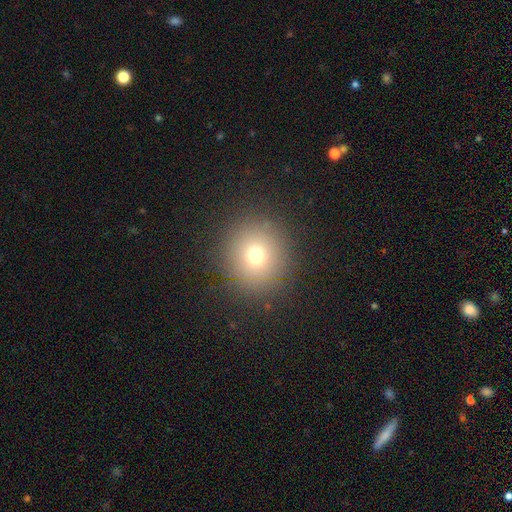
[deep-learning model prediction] Smooth or featured?
  - smooth: 72% *
  - star or artifact: 17%
  - featured or disk: 11%
How rounded?
  - round: 92% *
  - in between: 7%
  - cigar-shaped: 1%
Merging?
  - none: 89% *
  - minor disturbance: 6%
  - major disturbance: 3%
  - merger: 1%